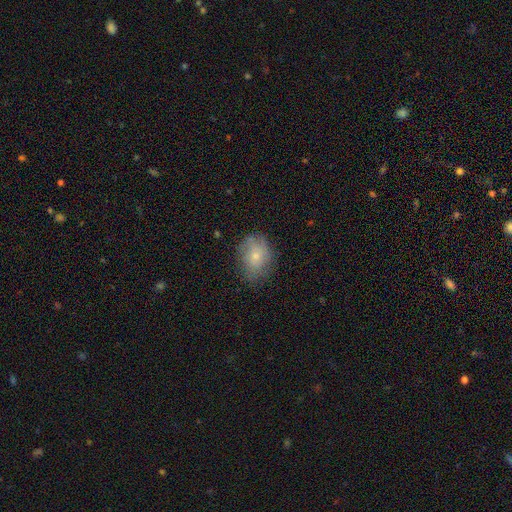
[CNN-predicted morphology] The model was most divided on "how rounded": in between: 59%, round: 40%, cigar-shaped: 1%. More confident: merging — none (68%); smooth or featured — smooth (66%).